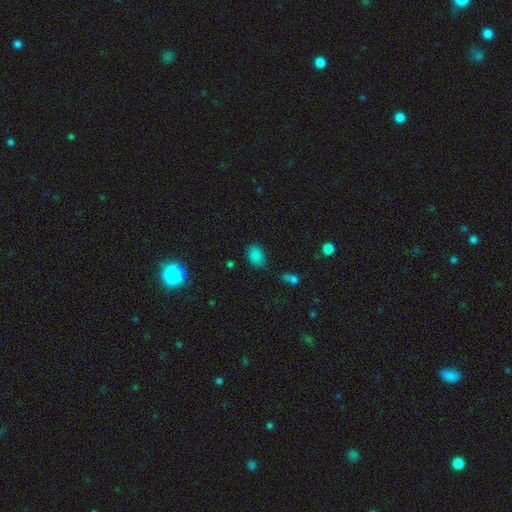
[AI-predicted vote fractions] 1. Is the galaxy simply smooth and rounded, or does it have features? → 81% smooth, 14% star or artifact, 5% featured or disk.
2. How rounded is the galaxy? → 81% in between, 18% round, 1% cigar-shaped.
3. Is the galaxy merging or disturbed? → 74% none, 18% minor disturbance, 4% major disturbance, 4% merger.